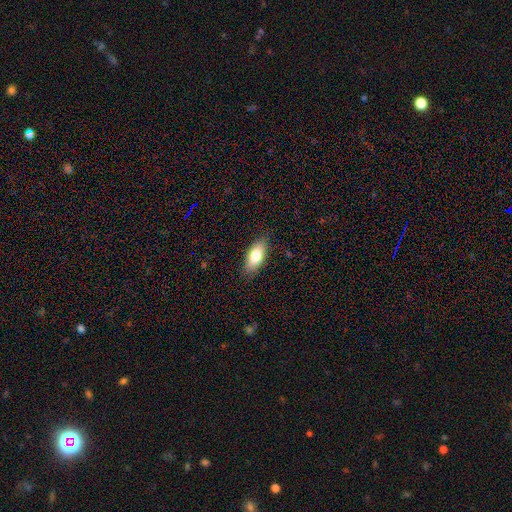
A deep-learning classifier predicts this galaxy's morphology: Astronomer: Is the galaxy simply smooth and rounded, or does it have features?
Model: smooth — 79%.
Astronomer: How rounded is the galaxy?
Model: in between — 85%.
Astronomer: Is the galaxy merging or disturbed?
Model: none — 85%.